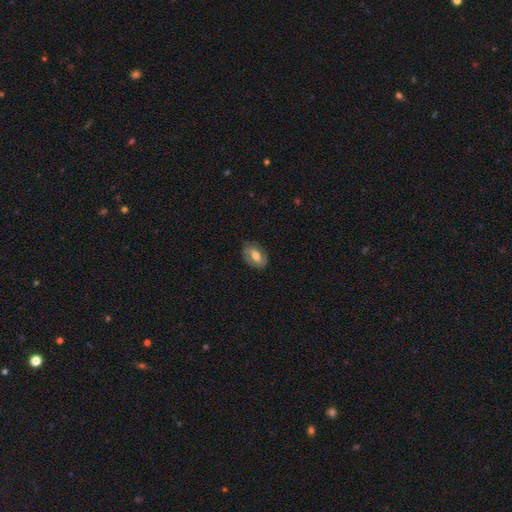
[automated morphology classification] Smooth or featured? featured or disk (47%)
Merging? none (78%)